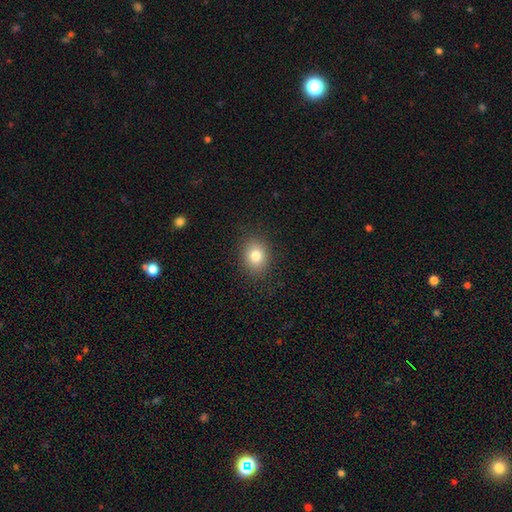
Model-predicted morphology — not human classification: Smooth or featured?
  - smooth: 81% *
  - star or artifact: 11%
  - featured or disk: 8%
How rounded?
  - round: 59% *
  - in between: 40%
  - cigar-shaped: 1%
Merging?
  - none: 88% *
  - minor disturbance: 8%
  - major disturbance: 3%
  - merger: 1%